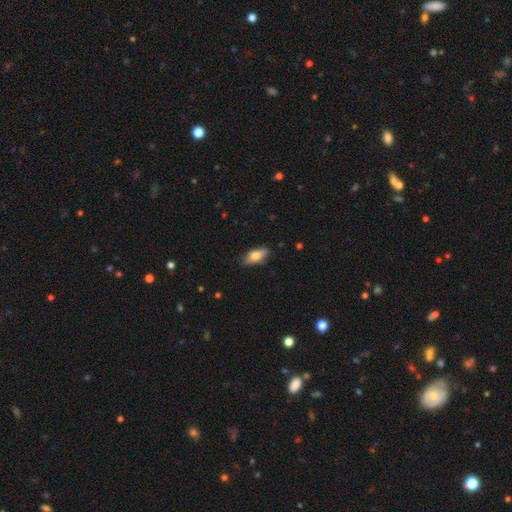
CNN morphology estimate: Smooth or featured?
  - smooth: 64% *
  - featured or disk: 30%
  - star or artifact: 7%
How rounded?
  - in between: 72% *
  - cigar-shaped: 24%
  - round: 3%
Merging?
  - none: 82% *
  - minor disturbance: 14%
  - major disturbance: 3%
  - merger: 1%